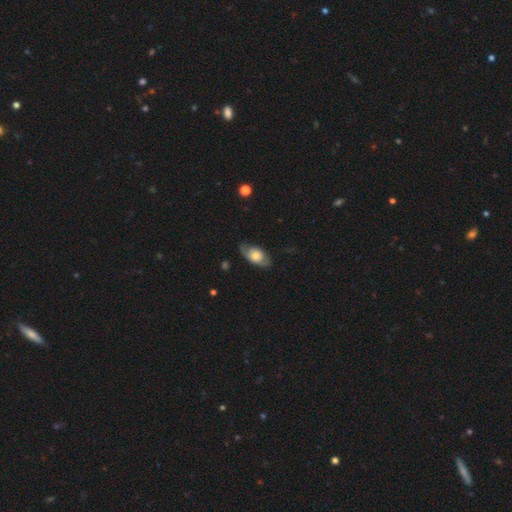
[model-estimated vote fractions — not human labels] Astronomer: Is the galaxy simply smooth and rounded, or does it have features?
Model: smooth — 55% (runner-up: featured or disk, 38%).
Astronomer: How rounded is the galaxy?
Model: in between — 87%.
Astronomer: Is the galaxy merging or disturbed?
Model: none — 70%.